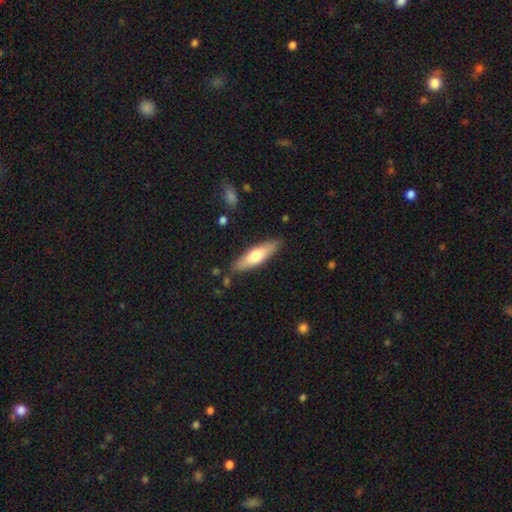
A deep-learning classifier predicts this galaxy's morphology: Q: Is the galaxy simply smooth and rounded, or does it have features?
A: smooth — 60%.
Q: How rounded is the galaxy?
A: cigar-shaped — 61%.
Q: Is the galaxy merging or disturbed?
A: none — 85%.